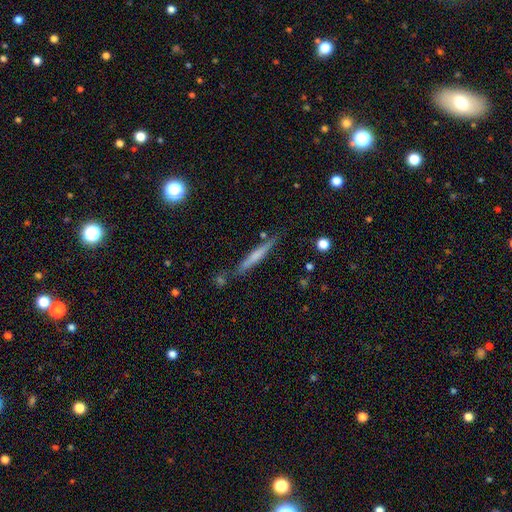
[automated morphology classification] A smooth galaxy with no disk features (54%) that is cigar-shaped (95%).

Vote fractions:
- Smooth or featured? smooth: 54% / featured or disk: 39% / star or artifact: 7%
- How rounded? cigar-shaped: 95% / in between: 3% / round: 1%
- Merging? none: 80% / minor disturbance: 13% / merger: 4% / major disturbance: 3%